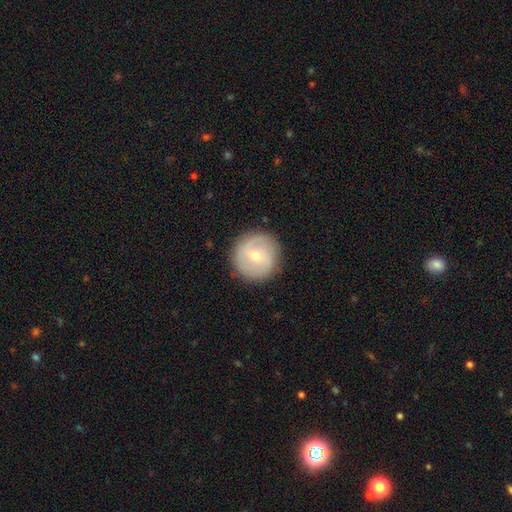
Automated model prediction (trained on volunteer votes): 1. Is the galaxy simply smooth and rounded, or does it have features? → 47% featured or disk, 45% smooth, 8% star or artifact.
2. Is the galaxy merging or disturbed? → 89% none, 7% minor disturbance, 2% major disturbance, 1% merger.